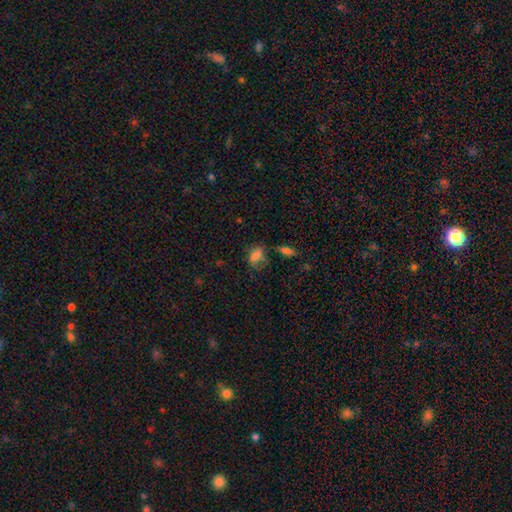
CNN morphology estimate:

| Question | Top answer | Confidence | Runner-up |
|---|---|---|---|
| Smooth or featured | smooth | 72% | star or artifact (15%) |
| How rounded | in between | 79% | round (15%) |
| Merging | none | 43% | minor disturbance (26%) |